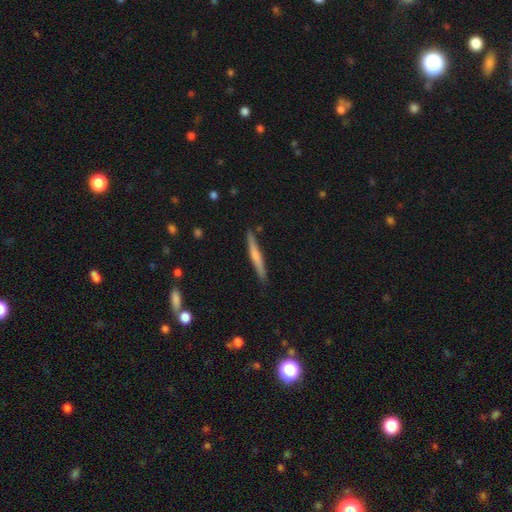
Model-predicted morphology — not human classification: smooth 51%, featured or disk 44%, star or artifact 5%. Down the decision tree: how rounded — cigar-shaped (95%); merging — none (87%).